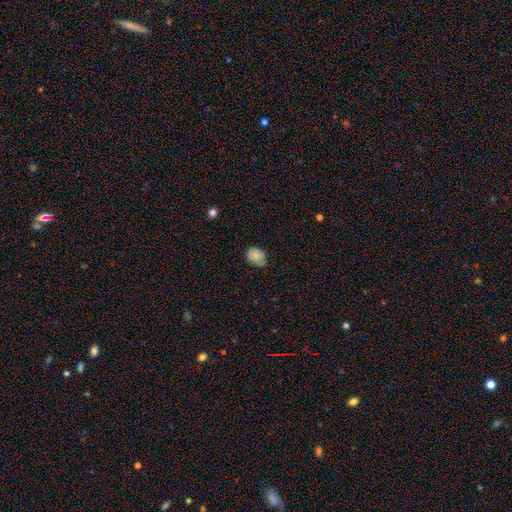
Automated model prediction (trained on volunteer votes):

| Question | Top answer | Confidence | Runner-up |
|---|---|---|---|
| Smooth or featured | smooth | 84% | star or artifact (9%) |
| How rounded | in between | 51% | round (48%) |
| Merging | none | 66% | minor disturbance (28%) |